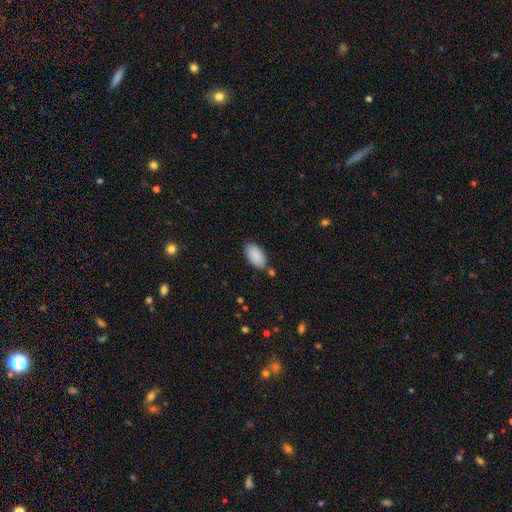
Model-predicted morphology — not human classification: Q: Smooth or featured?
A: smooth (90%); runner-up: star or artifact (6%)
Q: How rounded?
A: in between (95%); runner-up: round (3%)
Q: Merging?
A: none (78%); runner-up: minor disturbance (14%)